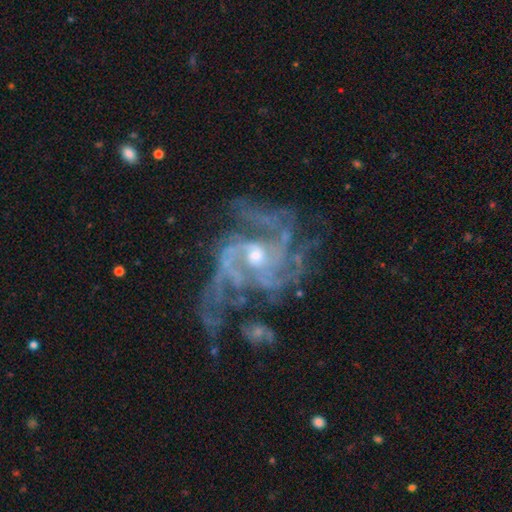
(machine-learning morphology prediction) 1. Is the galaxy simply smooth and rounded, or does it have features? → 89% featured or disk, 7% star or artifact, 3% smooth.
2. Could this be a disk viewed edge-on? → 97% no, 3% yes.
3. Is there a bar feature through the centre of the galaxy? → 55% no, 33% weak, 11% strong.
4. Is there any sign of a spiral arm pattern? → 96% yes, 4% no.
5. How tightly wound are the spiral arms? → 45% medium, 34% tight, 21% loose.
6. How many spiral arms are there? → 24% 3, 23% can't tell, 18% 2, 17% 4, 10% more than 4, 8% 1.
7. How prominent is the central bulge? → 54% moderate, 40% small, 3% large, 2% none, 1% dominant.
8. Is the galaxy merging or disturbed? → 43% none, 32% major disturbance, 19% minor disturbance, 6% merger.